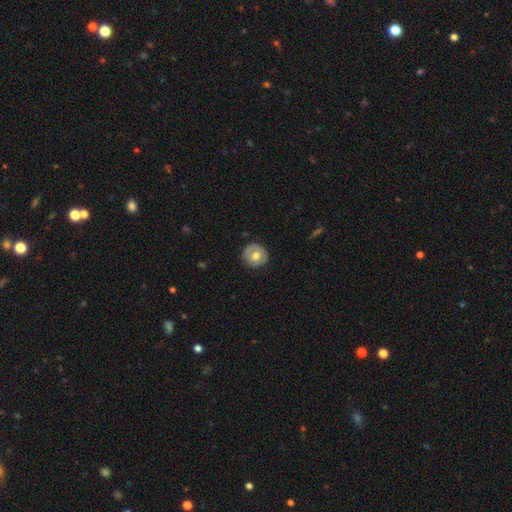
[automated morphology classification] A smooth galaxy with no disk features (60%) that is round (92%). Merging: none (87%).